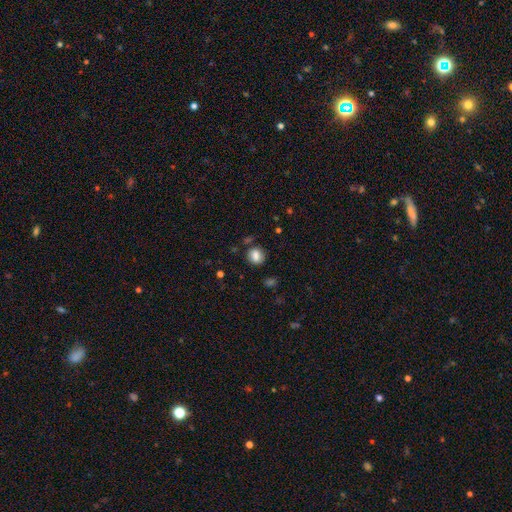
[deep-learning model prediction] smooth-or-featured: smooth: 83% | star or artifact: 10% | featured or disk: 7%
  how-rounded: round: 68% | in between: 31% | cigar-shaped: 1%
  merging: none: 79% | minor disturbance: 13% | merger: 4% | major disturbance: 4%